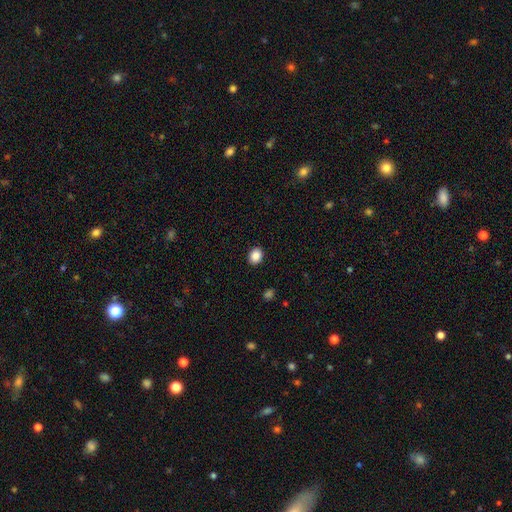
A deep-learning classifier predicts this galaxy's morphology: The model was most divided on "how rounded": in between: 50%, round: 49%, cigar-shaped: 1%. More confident: merging — none (91%); smooth or featured — smooth (89%).